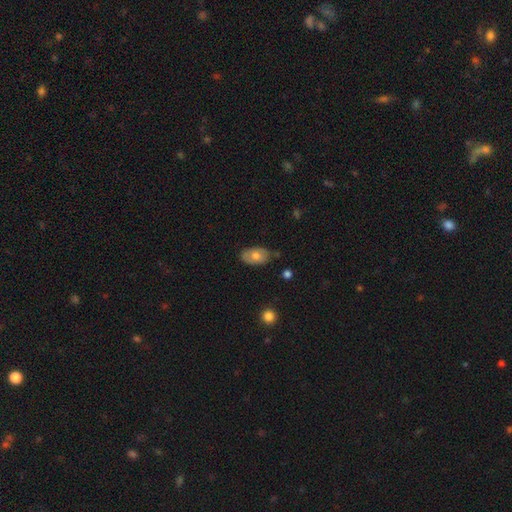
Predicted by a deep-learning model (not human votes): smooth_or_featured: smooth (p=0.65) [alt: featured or disk p=0.29]
how_rounded: in between (p=0.91) [alt: round p=0.07]
merging: none (p=0.74) [alt: minor disturbance p=0.20]